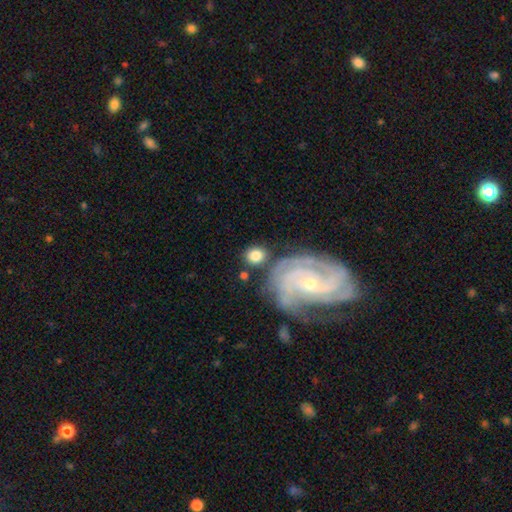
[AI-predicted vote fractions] A smooth galaxy with no disk features (72%) that is round (70%).

Vote fractions:
- Smooth or featured? smooth: 72% / featured or disk: 22% / star or artifact: 6%
- How rounded? round: 70% / in between: 29% / cigar-shaped: 1%
- Merging? none: 71% / minor disturbance: 13% / merger: 10% / major disturbance: 6%